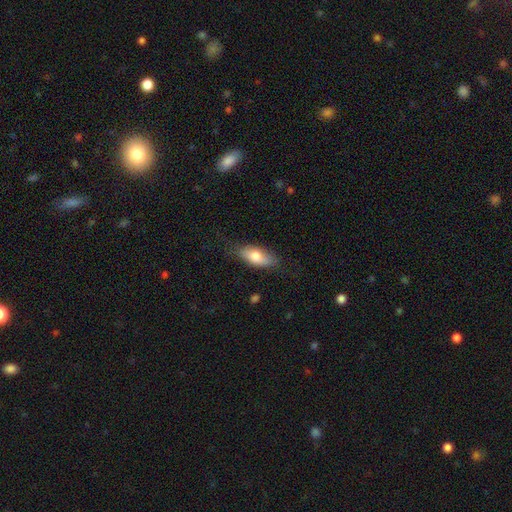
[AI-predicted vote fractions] smooth 73%, featured or disk 21%, star or artifact 6%. Down the decision tree: how rounded — in between (85%); merging — none (73%).